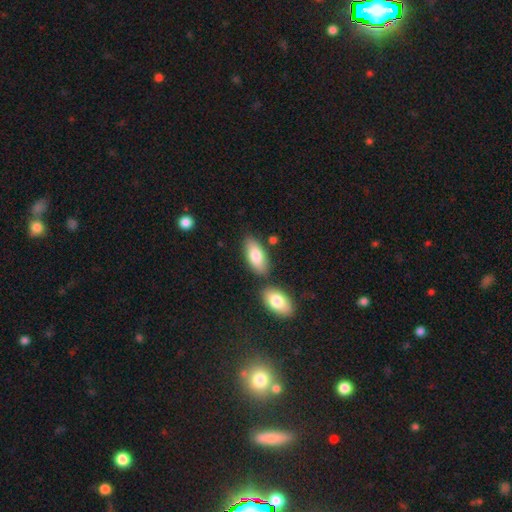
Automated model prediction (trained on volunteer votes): Morphology: type=smooth (81%); roundness=in between (89%); merging=none (72%).